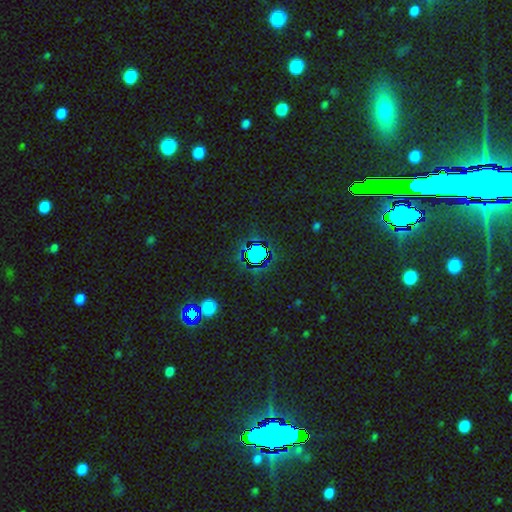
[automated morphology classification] star or artifact 70%, smooth 21%, featured or disk 9%.